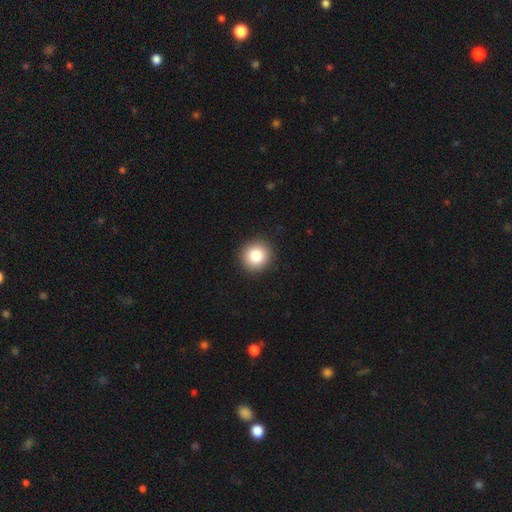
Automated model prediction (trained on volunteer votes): Smooth or featured? smooth (85%)
How rounded? round (92%)
Merging? none (92%)